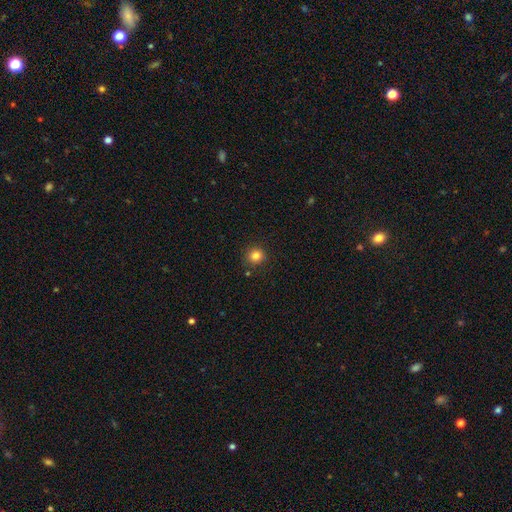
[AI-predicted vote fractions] smooth_or_featured: smooth (p=0.83) [alt: star or artifact p=0.12]
how_rounded: round (p=0.90) [alt: in between p=0.09]
merging: none (p=0.86) [alt: minor disturbance p=0.09]